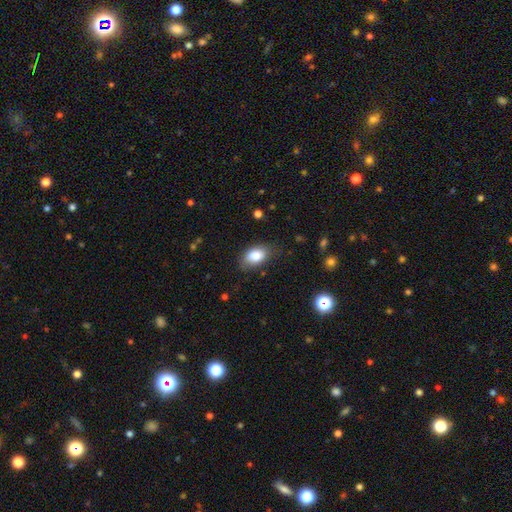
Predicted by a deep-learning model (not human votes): Smooth or featured? Predicted: smooth (p=0.84). How rounded? Predicted: in between (p=0.90). Merging? Predicted: none (p=0.75).